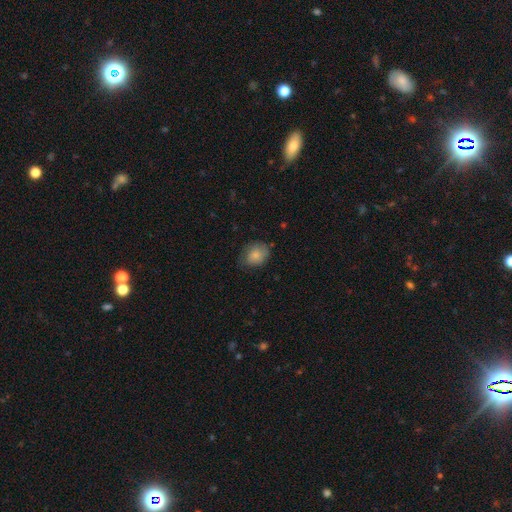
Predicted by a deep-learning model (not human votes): A smooth galaxy with no disk features (83%) that is round (51%). Merging: none (67%).